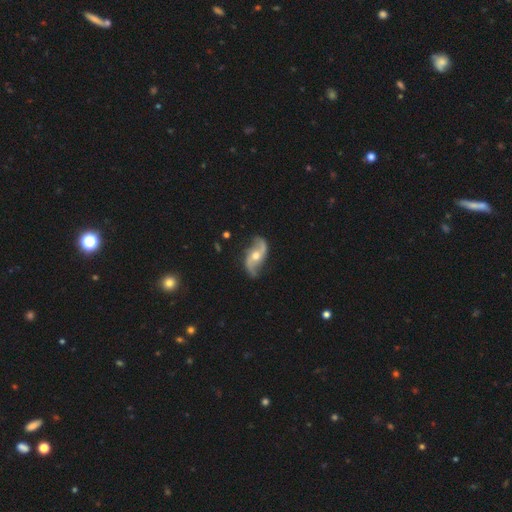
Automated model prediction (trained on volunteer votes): A featured or disk galaxy (89%) with no bar (54%), 2 (94%) loose (75%) spiral arms (97%) and a moderate central bulge (71%). Merging: none (81%).